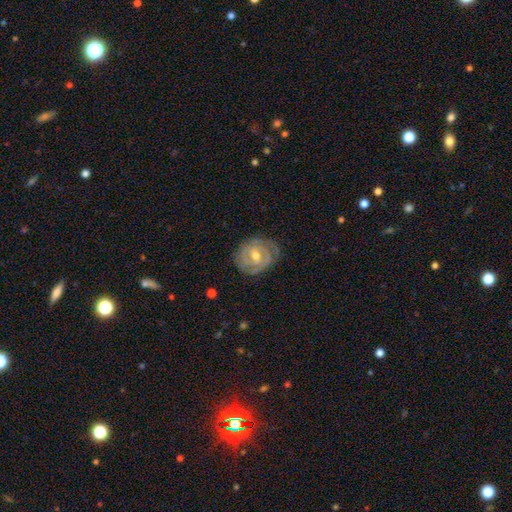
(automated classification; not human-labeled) Smooth or featured: featured or disk — 82% (smooth — 13%)
Edge-on disk: no — 97% (yes — 3%)
Bar: weak — 46% (no — 40%)
Spiral arms: yes — 91% (no — 9%)
Spiral winding: tight — 74% (medium — 21%)
Spiral arm count: 2 — 52% (can't tell — 24%)
Bulge size: moderate — 67% (small — 29%)
Merging: none — 77% (minor disturbance — 17%)